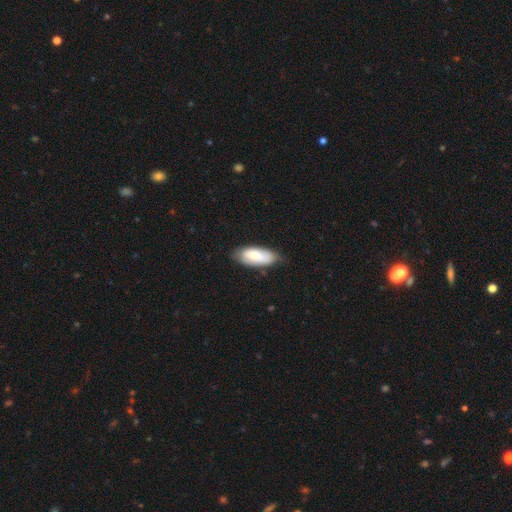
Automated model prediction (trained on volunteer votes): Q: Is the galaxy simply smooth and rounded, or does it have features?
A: smooth — 71%.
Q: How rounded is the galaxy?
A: in between — 88%.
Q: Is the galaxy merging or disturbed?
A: none — 69%.